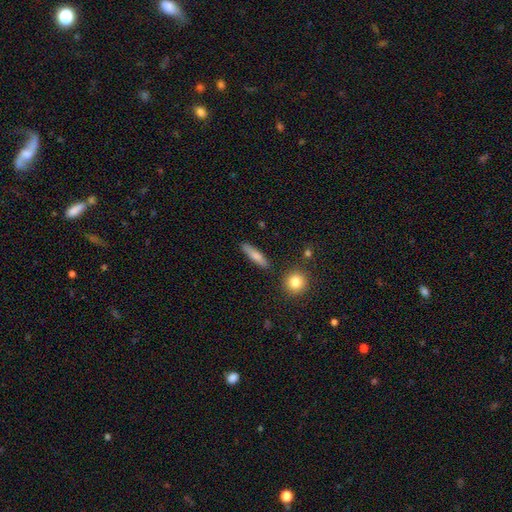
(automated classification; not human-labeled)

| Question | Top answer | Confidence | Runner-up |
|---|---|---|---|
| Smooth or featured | smooth | 75% | featured or disk (18%) |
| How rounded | cigar-shaped | 77% | in between (20%) |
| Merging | none | 86% | minor disturbance (9%) |